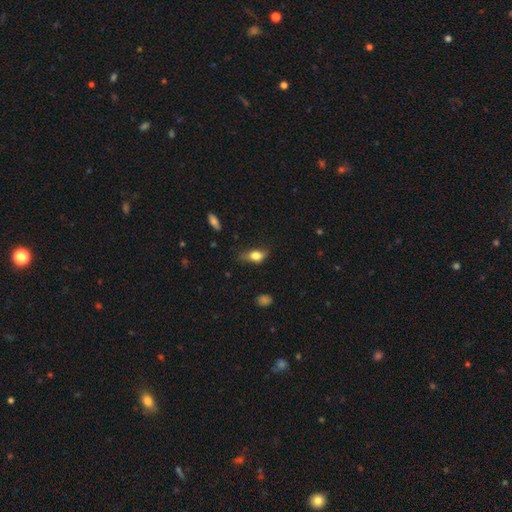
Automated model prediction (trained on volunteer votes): This appears to be a smooth galaxy with no disk features (75%) that is in between round and cigar-shaped (77%). Merging: none (52%).